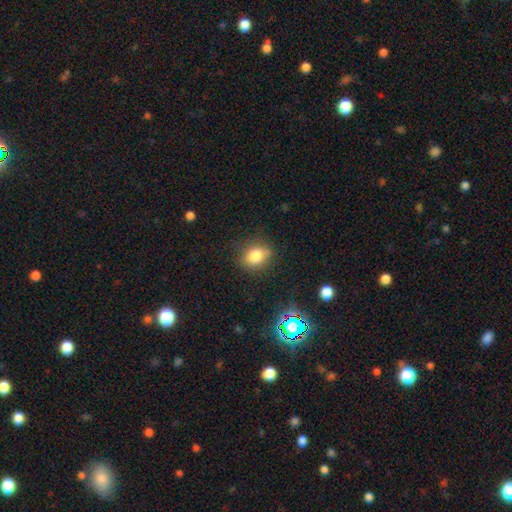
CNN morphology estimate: The model was most divided on "how rounded": in between: 52%, round: 47%, cigar-shaped: 2%. More confident: smooth or featured — smooth (79%); merging — none (77%).